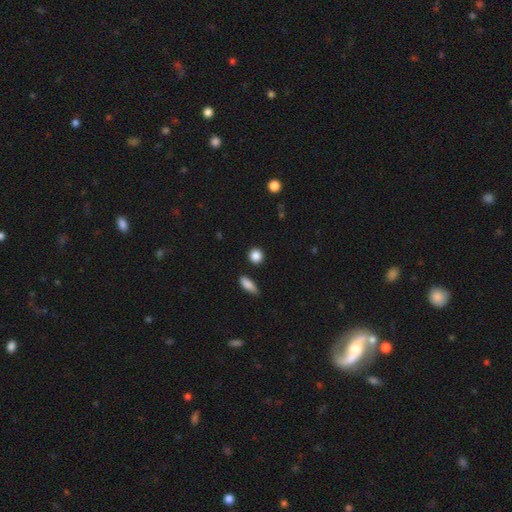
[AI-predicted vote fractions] This appears to be a smooth galaxy with no disk features (87%) that is round (86%). Merging: none (87%).